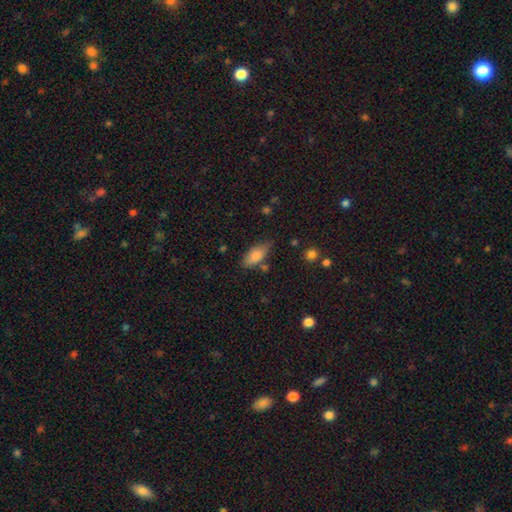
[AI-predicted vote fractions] A smooth galaxy with no disk features (78%) that is in between round and cigar-shaped (80%). Merging: none (68%).